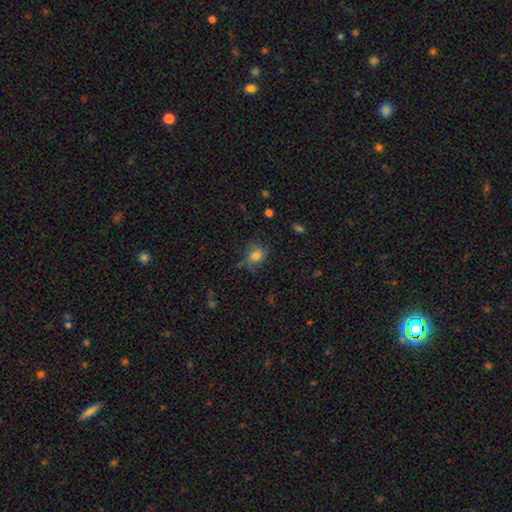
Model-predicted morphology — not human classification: Q: Smooth or featured?
A: smooth (70%); runner-up: featured or disk (18%)
Q: How rounded?
A: round (51%); runner-up: in between (48%)
Q: Merging?
A: none (58%); runner-up: minor disturbance (26%)